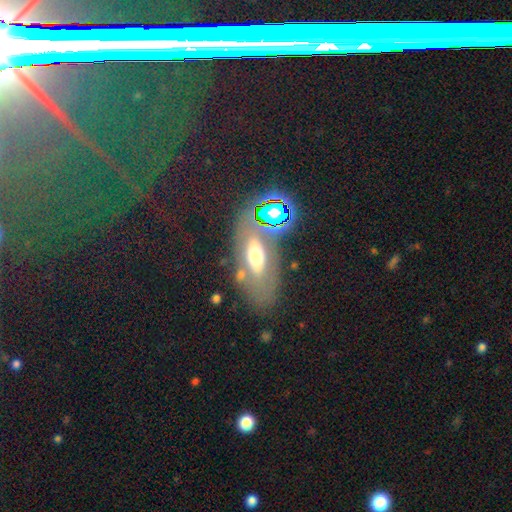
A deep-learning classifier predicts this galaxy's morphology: smooth_or_featured: featured or disk (p=0.42) [tied with: smooth p=0.42]
merging: none (p=0.63) [alt: minor disturbance p=0.17]